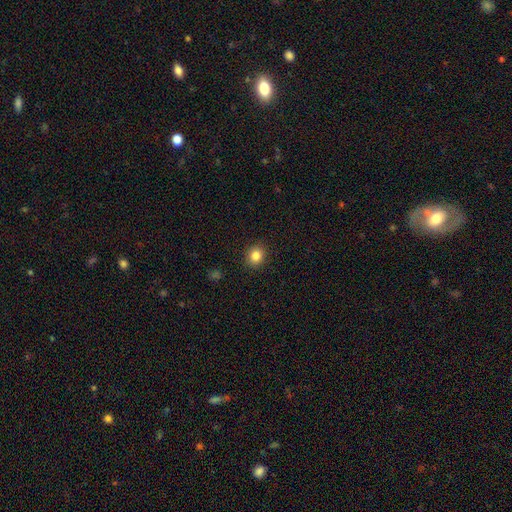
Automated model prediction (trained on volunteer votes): A smooth galaxy with no disk features (84%) that is round (74%). Merging: none (90%).